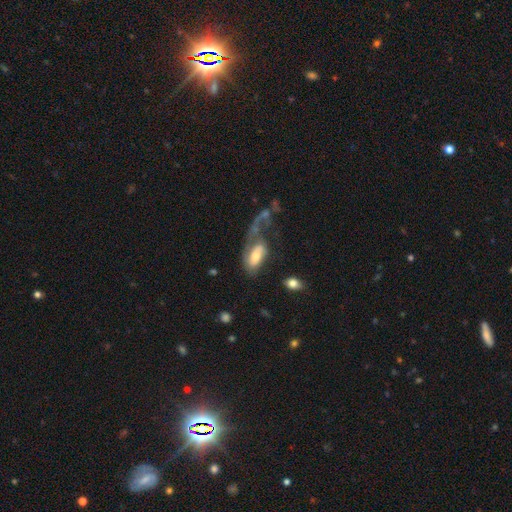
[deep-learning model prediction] This is possibly a smooth galaxy (52%). How rounded: clearly in between (89%). Merging: possibly major disturbance (51%).